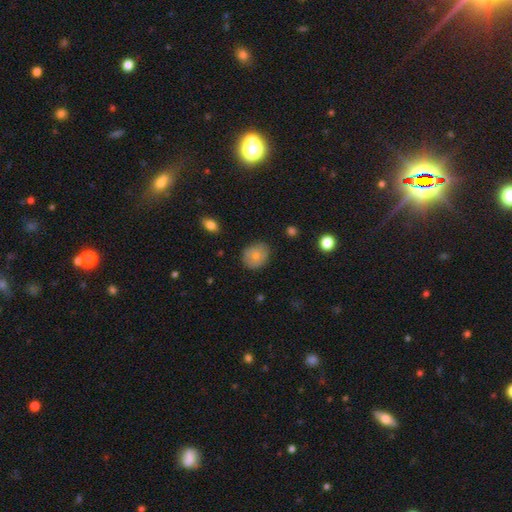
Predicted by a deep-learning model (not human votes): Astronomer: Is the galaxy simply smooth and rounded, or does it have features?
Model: smooth — 74%.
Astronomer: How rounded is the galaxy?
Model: round — 66%.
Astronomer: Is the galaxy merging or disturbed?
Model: none — 78%.